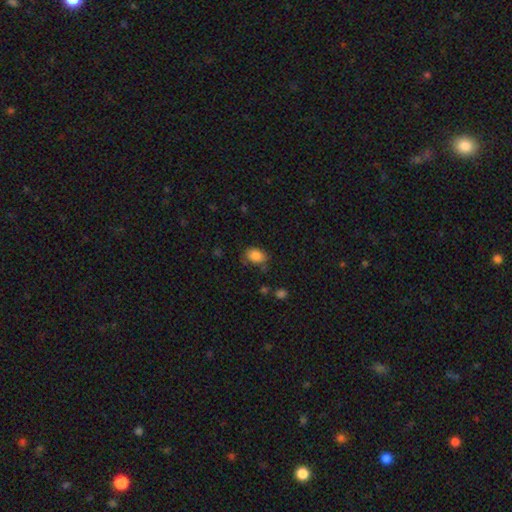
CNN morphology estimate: type=smooth (85%); roundness=in between (76%); merging=none (69%).